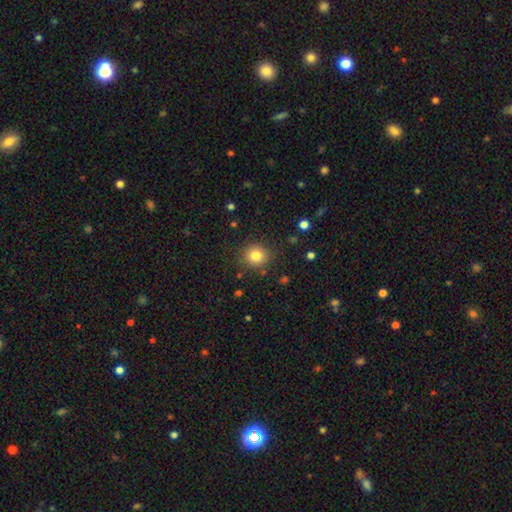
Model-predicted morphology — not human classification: This appears to be a smooth galaxy with no disk features (82%) that is round (91%). Merging: none (88%).